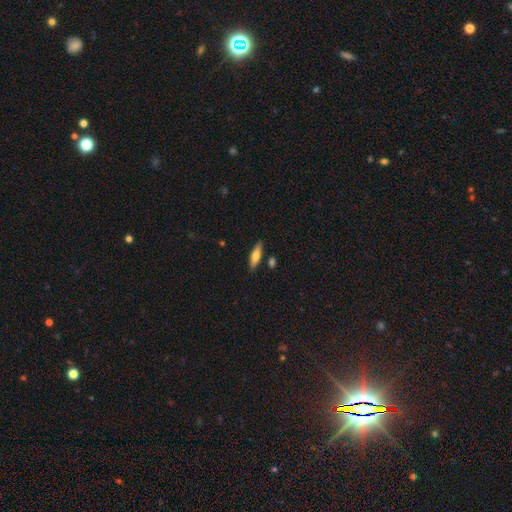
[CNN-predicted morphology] Smooth or featured?
  - smooth: 69% *
  - featured or disk: 25%
  - star or artifact: 6%
How rounded?
  - cigar-shaped: 61% *
  - in between: 37%
  - round: 2%
Merging?
  - none: 83% *
  - minor disturbance: 11%
  - merger: 4%
  - major disturbance: 2%